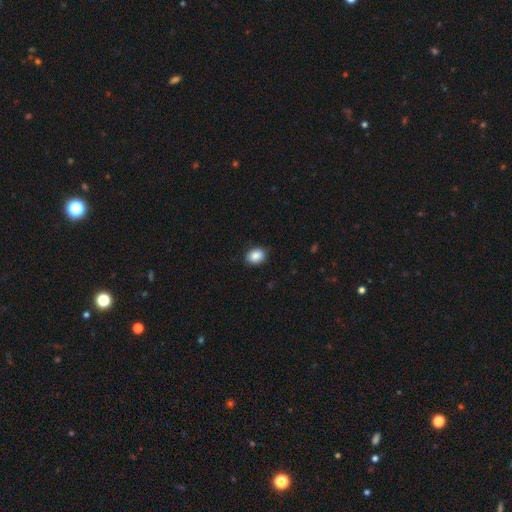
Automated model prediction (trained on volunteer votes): Smooth or featured? Predicted: smooth (p=0.88). How rounded? Predicted: in between (p=0.62). Merging? Predicted: none (p=0.87).